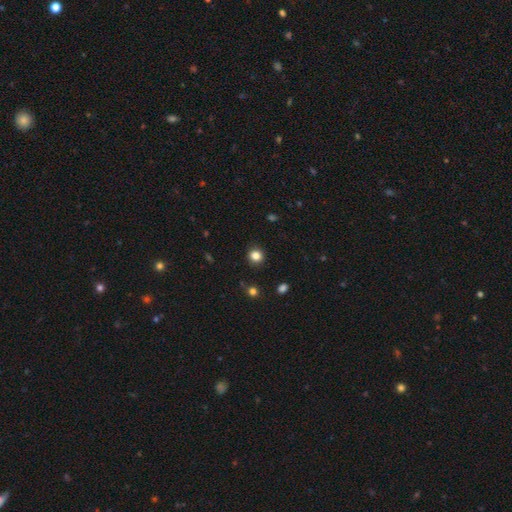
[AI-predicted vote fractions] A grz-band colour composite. It shows a smooth galaxy with no disk features (83%) that is round (89%). Merging: none (91%).